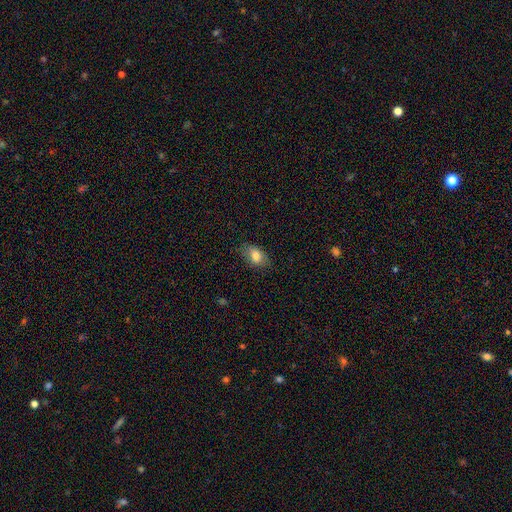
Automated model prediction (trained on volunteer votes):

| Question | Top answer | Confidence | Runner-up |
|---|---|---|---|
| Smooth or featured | smooth | 79% | featured or disk (13%) |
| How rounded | in between | 88% | round (10%) |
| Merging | none | 75% | minor disturbance (19%) |